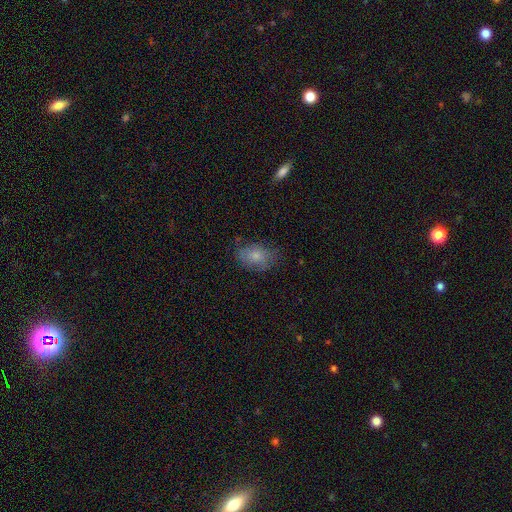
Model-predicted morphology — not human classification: smooth 71%, featured or disk 20%, star or artifact 9%. Down the decision tree: how rounded — in between (82%); merging — none (66%).